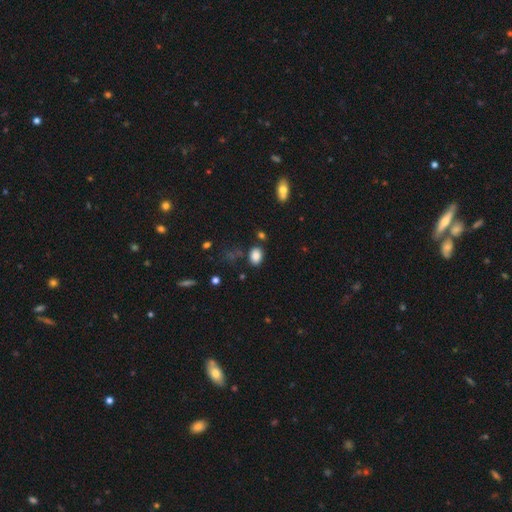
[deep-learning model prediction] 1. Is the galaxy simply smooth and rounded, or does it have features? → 85% smooth, 11% star or artifact, 4% featured or disk.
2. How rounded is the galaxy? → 78% in between, 21% round, 1% cigar-shaped.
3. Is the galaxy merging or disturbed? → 76% none, 15% minor disturbance, 5% merger, 4% major disturbance.